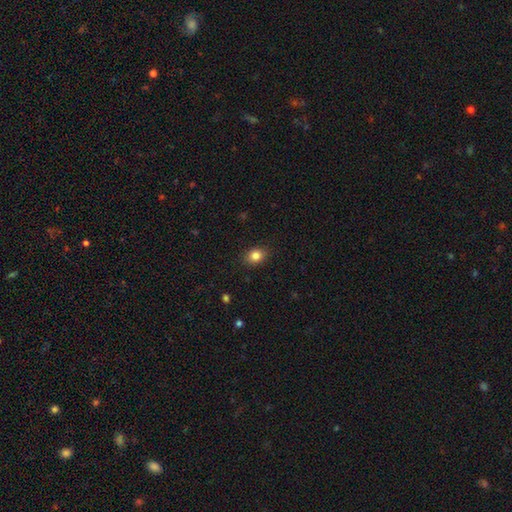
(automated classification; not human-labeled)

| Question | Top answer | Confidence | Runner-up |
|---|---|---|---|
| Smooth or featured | smooth | 84% | star or artifact (10%) |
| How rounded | in between | 57% | round (42%) |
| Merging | none | 87% | minor disturbance (10%) |